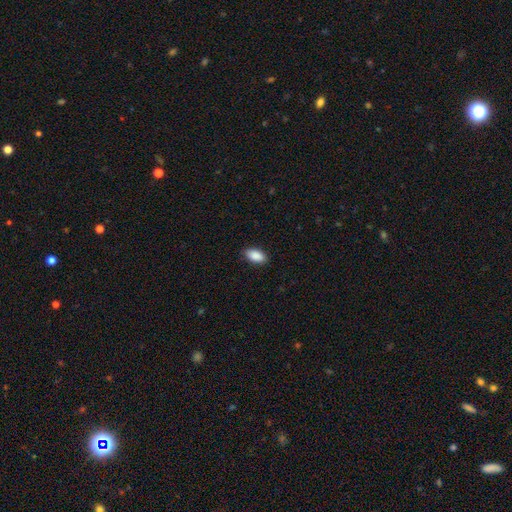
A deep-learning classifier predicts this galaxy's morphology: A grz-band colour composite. It shows a smooth galaxy with no disk features (90%) that is in between round and cigar-shaped (93%). Merging: none (87%).